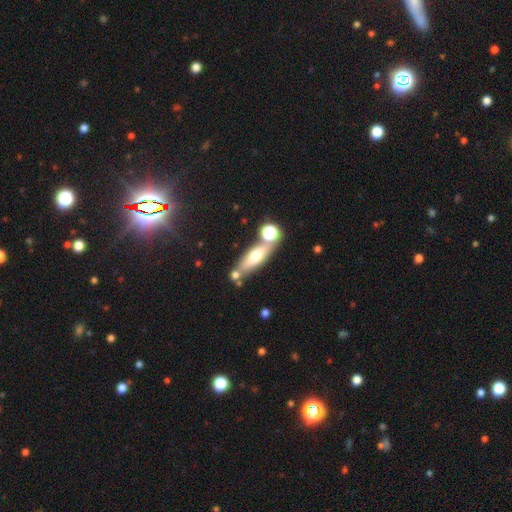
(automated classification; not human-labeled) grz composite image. It shows a smooth galaxy with no disk features (54%) that is cigar-shaped (50%). Merging: none (63%).